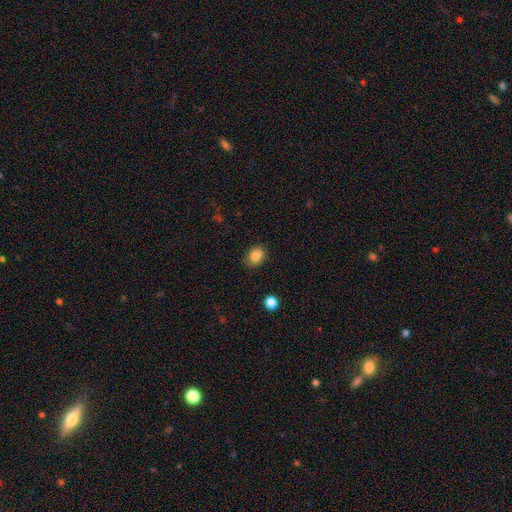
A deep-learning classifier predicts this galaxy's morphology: smooth-or-featured: smooth: 80% | star or artifact: 10% | featured or disk: 10%
  how-rounded: round: 55% | in between: 44% | cigar-shaped: 1%
  merging: none: 72% | minor disturbance: 21% | major disturbance: 5% | merger: 2%